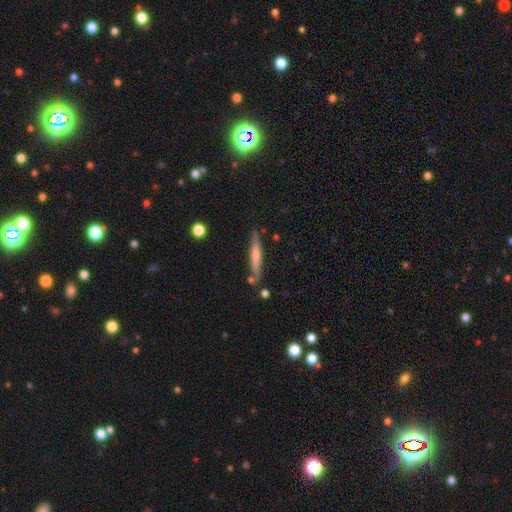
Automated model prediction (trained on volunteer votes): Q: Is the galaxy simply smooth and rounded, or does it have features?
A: smooth — 55%.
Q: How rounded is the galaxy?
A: cigar-shaped — 93%.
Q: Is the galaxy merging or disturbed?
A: none — 79%.